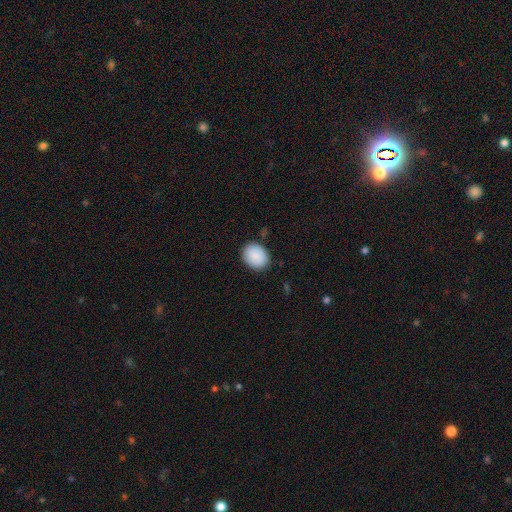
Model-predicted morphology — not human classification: The model was most divided on "how rounded": in between: 52%, round: 47%, cigar-shaped: 1%. More confident: smooth or featured — smooth (89%); merging — none (86%).